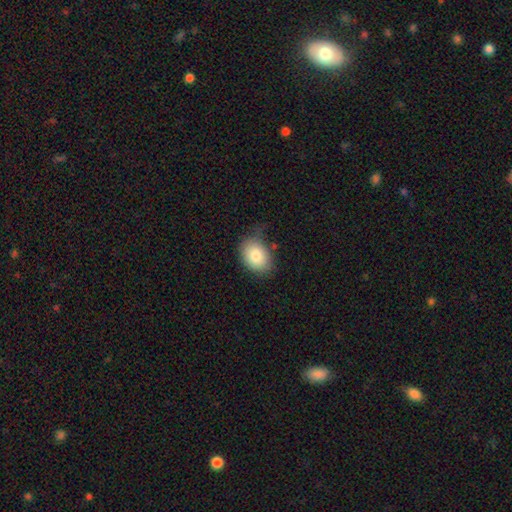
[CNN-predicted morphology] Smooth or featured?
  - smooth: 83% *
  - featured or disk: 10%
  - star or artifact: 8%
How rounded?
  - in between: 65% *
  - round: 34%
  - cigar-shaped: 1%
Merging?
  - none: 62% *
  - minor disturbance: 28%
  - major disturbance: 8%
  - merger: 2%